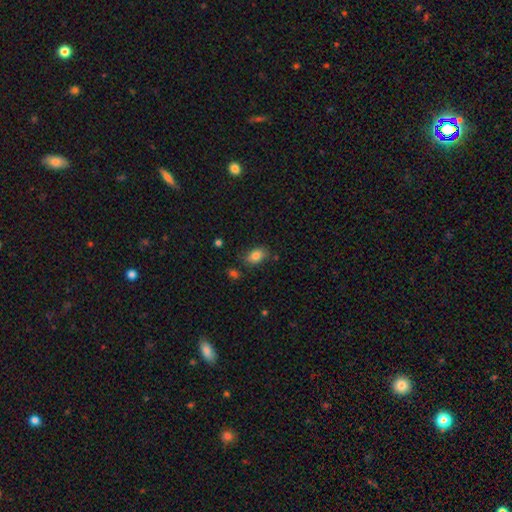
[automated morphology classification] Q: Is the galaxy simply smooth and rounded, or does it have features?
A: smooth — 82%.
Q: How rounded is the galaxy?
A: in between — 84%.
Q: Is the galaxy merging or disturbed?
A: none — 74%.